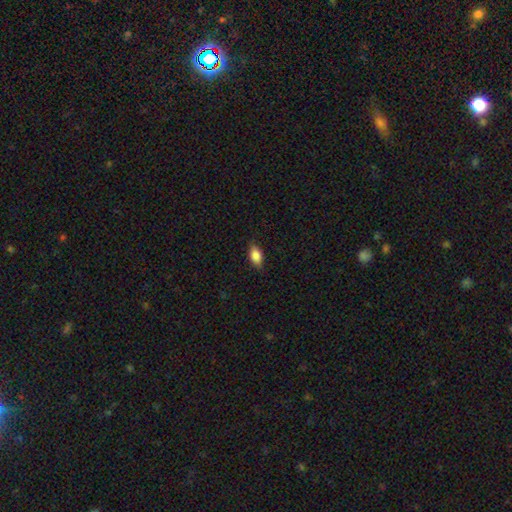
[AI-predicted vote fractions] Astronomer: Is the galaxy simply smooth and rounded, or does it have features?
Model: smooth — 83%.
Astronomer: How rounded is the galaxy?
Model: in between — 88%.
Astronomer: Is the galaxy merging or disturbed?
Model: none — 81%.